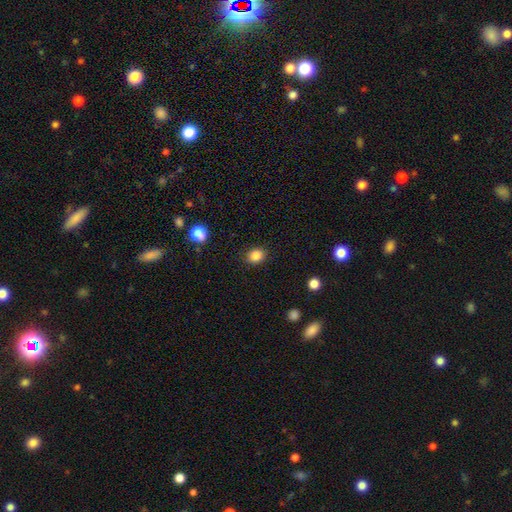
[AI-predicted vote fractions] Overall: smooth (86%). How rounded: round (56%; in between 43%). Merging: none (87%).